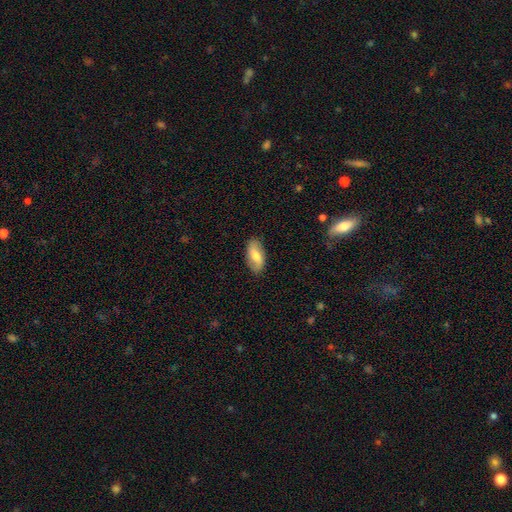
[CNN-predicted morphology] This is possibly a smooth galaxy (56%). How rounded: clearly in between (91%). Merging: clearly none (86%).